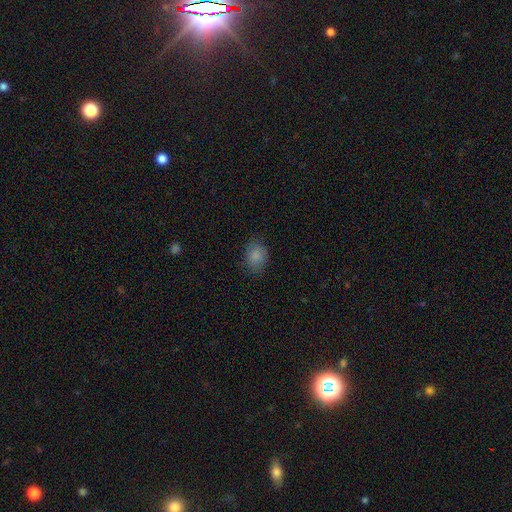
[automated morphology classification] Q: Smooth or featured?
A: smooth (85%); runner-up: star or artifact (9%)
Q: How rounded?
A: in between (51%); runner-up: round (48%)
Q: Merging?
A: none (78%); runner-up: minor disturbance (17%)